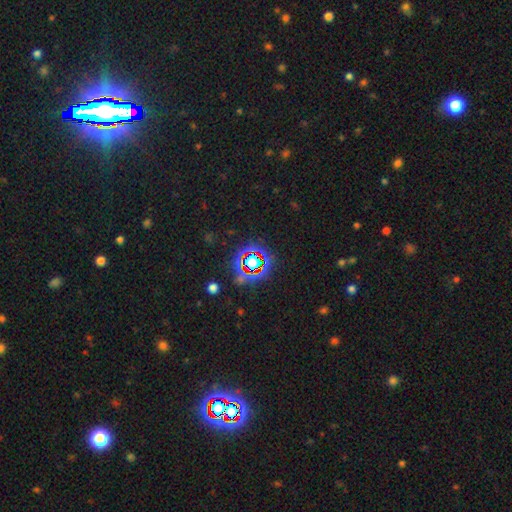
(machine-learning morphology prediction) Smooth or featured? Predicted: star or artifact (p=0.74).